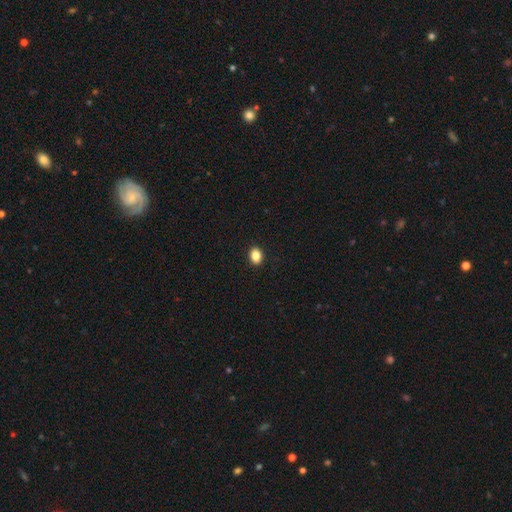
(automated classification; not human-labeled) A smooth galaxy with no disk features (86%) that is in between round and cigar-shaped (62%). Merging: none (91%).